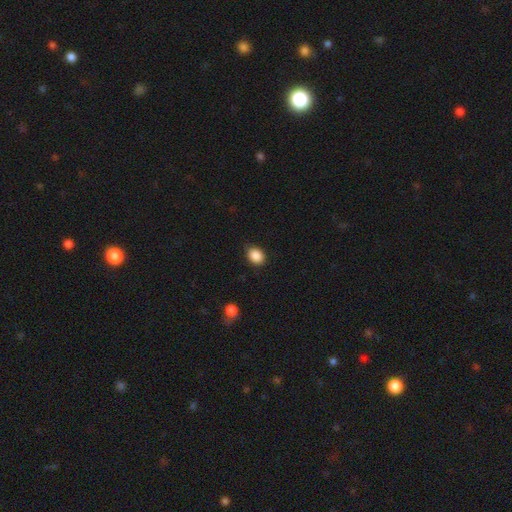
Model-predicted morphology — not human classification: This appears to be a smooth galaxy with no disk features (88%) that is in between round and cigar-shaped (56%). Merging: none (83%).